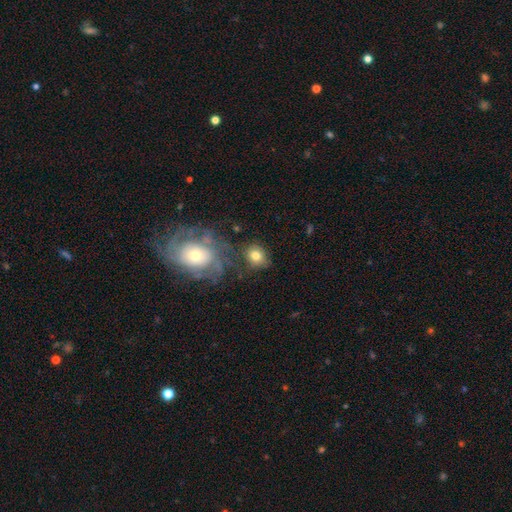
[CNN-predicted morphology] Overall: smooth (73%). How rounded: round (68%; in between 31%). Merging: none (64%).